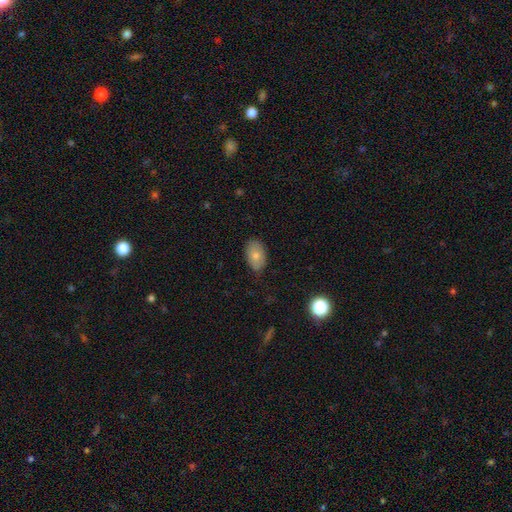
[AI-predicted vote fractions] This is likely a smooth galaxy (74%). How rounded: clearly in between (90%). Merging: likely none (79%).